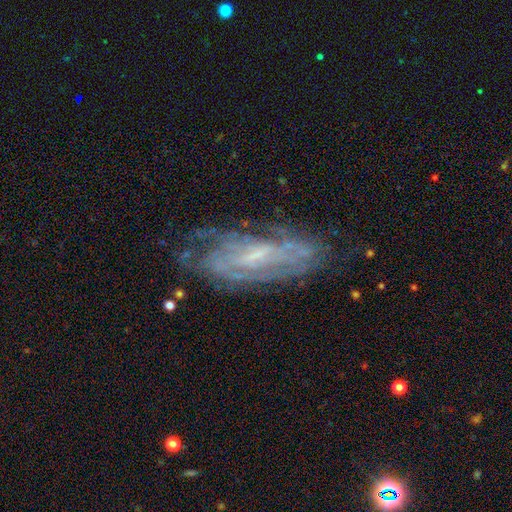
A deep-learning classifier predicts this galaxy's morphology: featured or disk 76%, smooth 15%, star or artifact 9%. Down the decision tree: edge-on disk — no (85%); bar — no (43%, tied with weak); spiral arms — yes (81%); spiral arm count — can't tell (58%); spiral winding — tight (57%); bulge size — small (52%); merging — none (67%).